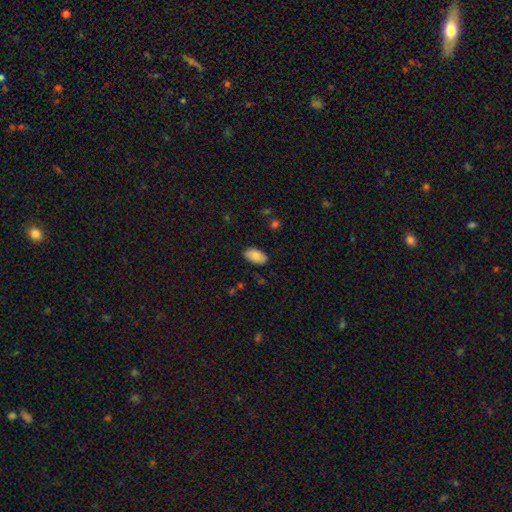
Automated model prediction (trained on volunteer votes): smooth_or_featured: smooth (p=0.85) [alt: featured or disk p=0.08]
how_rounded: in between (p=0.95) [alt: round p=0.03]
merging: none (p=0.86) [alt: minor disturbance p=0.11]